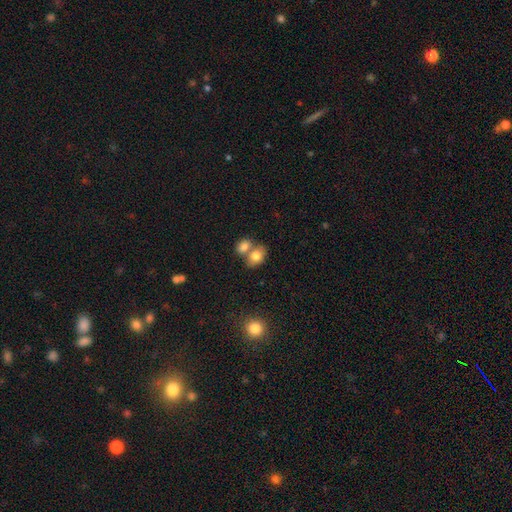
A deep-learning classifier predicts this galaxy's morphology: Overall: smooth (79%). How rounded: in between (68%; round 30%). Merging: merger (52%; none 35%).